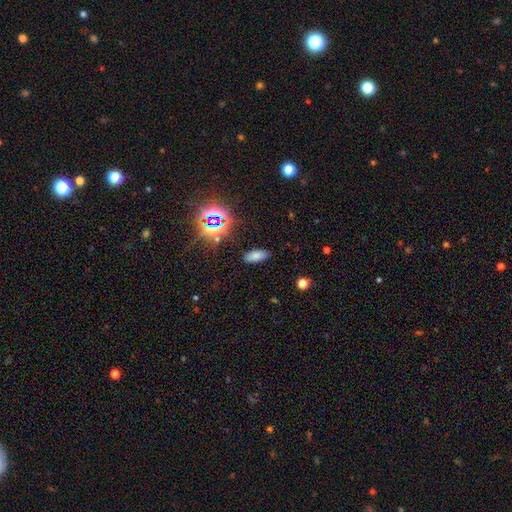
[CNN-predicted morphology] A smooth galaxy with no disk features (71%) that is in between round and cigar-shaped (88%). Merging: none (85%).